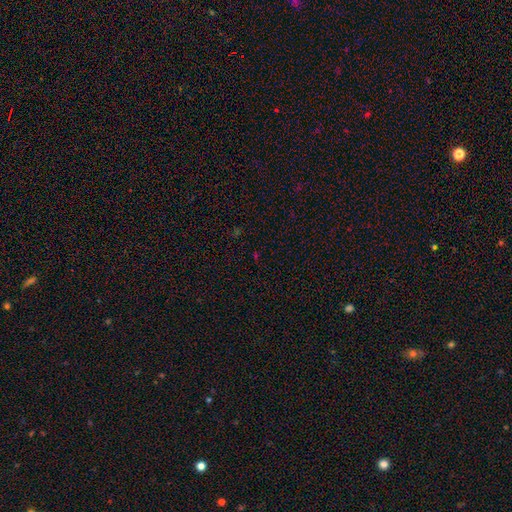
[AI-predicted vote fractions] star or artifact 63%, smooth 29%, featured or disk 8%.